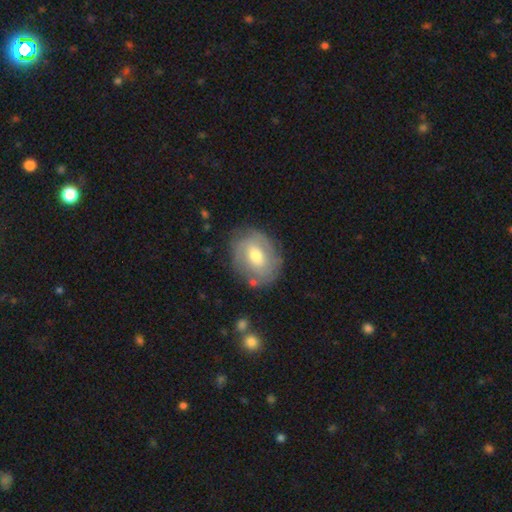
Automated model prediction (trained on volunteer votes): Smooth or featured?
  - featured or disk: 61% *
  - smooth: 33%
  - star or artifact: 6%
Edge-on disk?
  - no: 96% *
  - yes: 4%
Bar?
  - weak: 46% *
  - no: 42%
  - strong: 12%
Spiral arms?
  - yes: 72% *
  - no: 28%
Bulge size?
  - moderate: 70% *
  - small: 20%
  - large: 8%
  - none: 1%
  - dominant: 1%
Merging?
  - none: 74% *
  - minor disturbance: 17%
  - major disturbance: 6%
  - merger: 2%